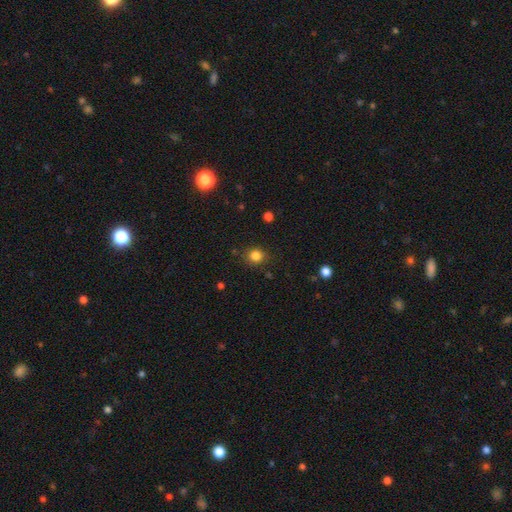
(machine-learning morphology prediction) A smooth galaxy with no disk features (83%) that is round (84%). Merging: none (86%).